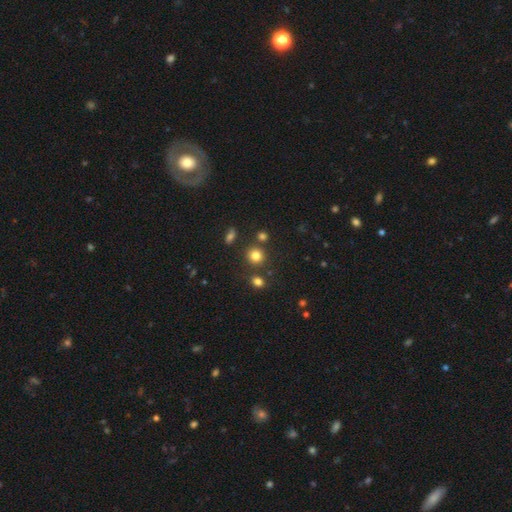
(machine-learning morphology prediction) A smooth galaxy with no disk features (80%) that is round (88%). Merging: none (81%).